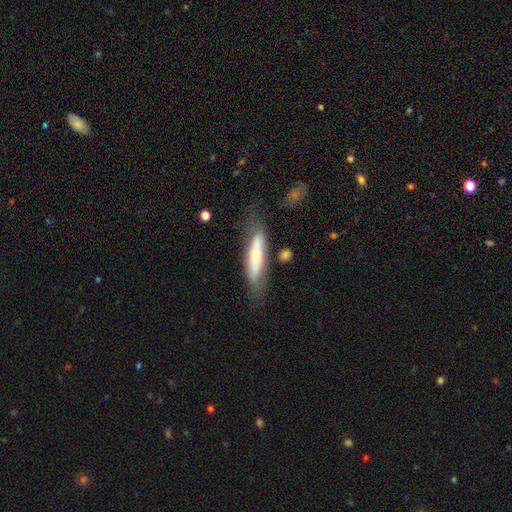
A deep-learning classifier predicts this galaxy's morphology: Smooth or featured?
  - smooth: 51% *
  - featured or disk: 43%
  - star or artifact: 6%
How rounded?
  - cigar-shaped: 72% *
  - in between: 26%
  - round: 2%
Merging?
  - none: 66% *
  - minor disturbance: 20%
  - major disturbance: 9%
  - merger: 5%